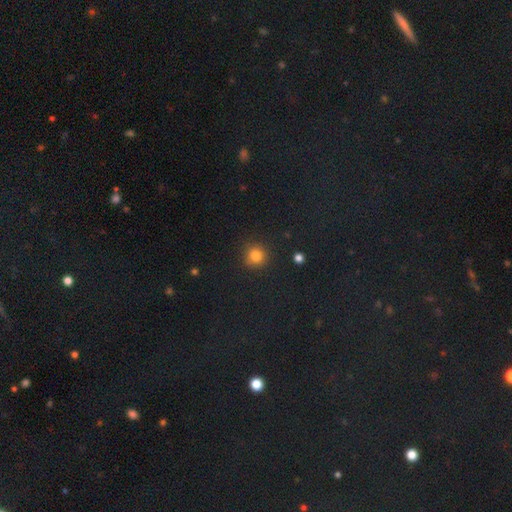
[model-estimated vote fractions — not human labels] Smooth or featured?
  - smooth: 82% *
  - star or artifact: 13%
  - featured or disk: 5%
How rounded?
  - round: 92% *
  - in between: 7%
  - cigar-shaped: 1%
Merging?
  - none: 88% *
  - minor disturbance: 8%
  - major disturbance: 3%
  - merger: 2%